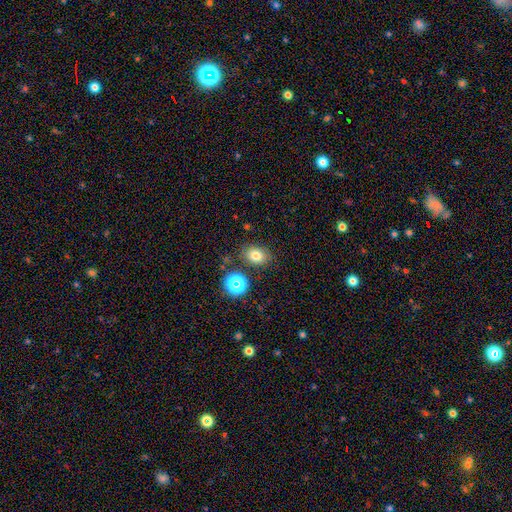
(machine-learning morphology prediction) A smooth galaxy with no disk features (74%) that is in between round and cigar-shaped (61%).

Vote fractions:
- Smooth or featured? smooth: 74% / star or artifact: 16% / featured or disk: 9%
- How rounded? in between: 61% / round: 38% / cigar-shaped: 1%
- Merging? none: 80% / minor disturbance: 12% / merger: 5% / major disturbance: 4%